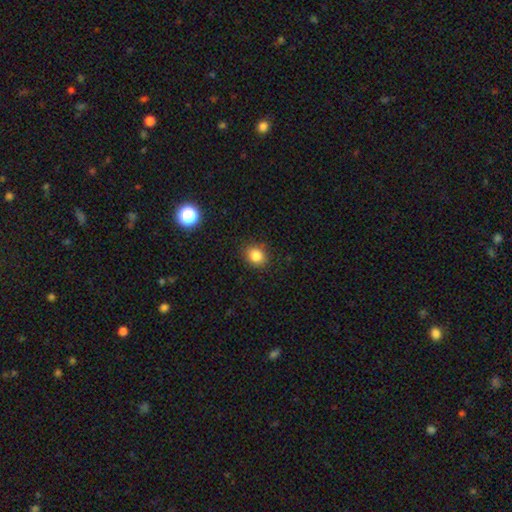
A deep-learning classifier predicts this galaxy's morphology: Overall: smooth (83%). How rounded: round (60%; in between 39%). Merging: none (88%).